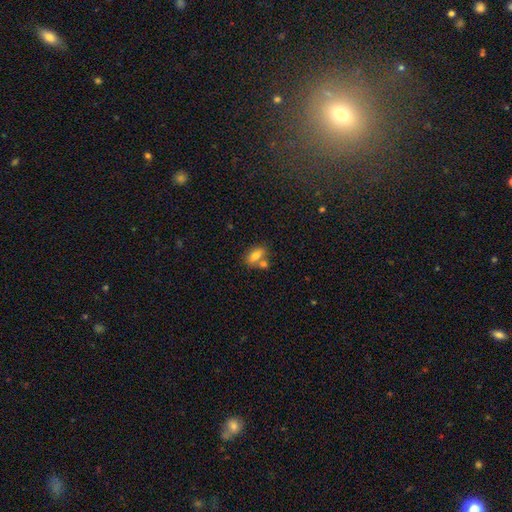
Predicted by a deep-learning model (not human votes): Smooth or featured? smooth (76%)
How rounded? in between (85%)
Merging? none (54%)